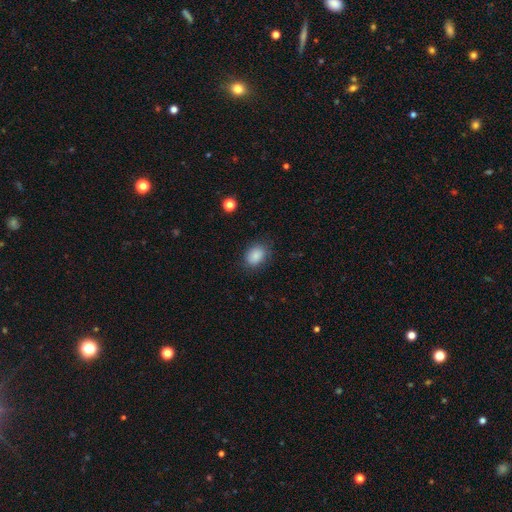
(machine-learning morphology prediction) Overall: smooth (85%). How rounded: in between (64%; round 35%). Merging: none (78%).